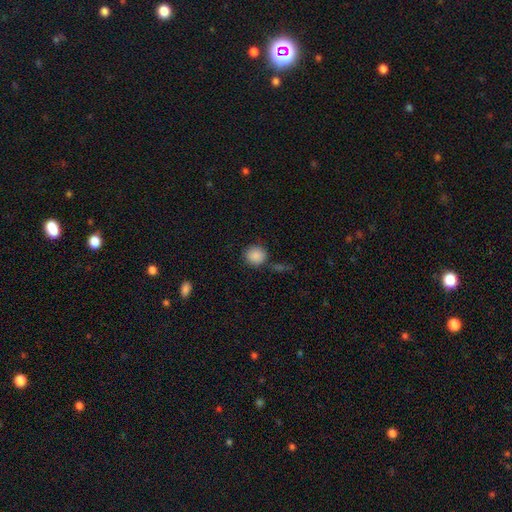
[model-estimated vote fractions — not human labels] Q: Smooth or featured?
A: smooth (88%); runner-up: star or artifact (9%)
Q: How rounded?
A: round (88%); runner-up: in between (11%)
Q: Merging?
A: none (79%); runner-up: minor disturbance (11%)